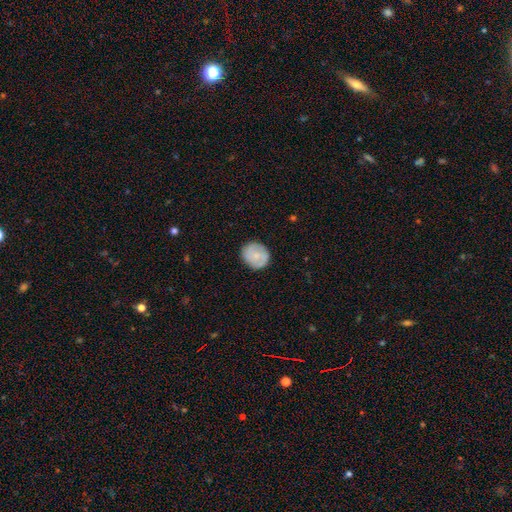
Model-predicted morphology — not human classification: A smooth galaxy with no disk features (67%) that is round (78%).

Vote fractions:
- Smooth or featured? smooth: 67% / featured or disk: 26% / star or artifact: 6%
- How rounded? round: 78% / in between: 21% / cigar-shaped: 1%
- Merging? none: 83% / minor disturbance: 13% / major disturbance: 3% / merger: 1%